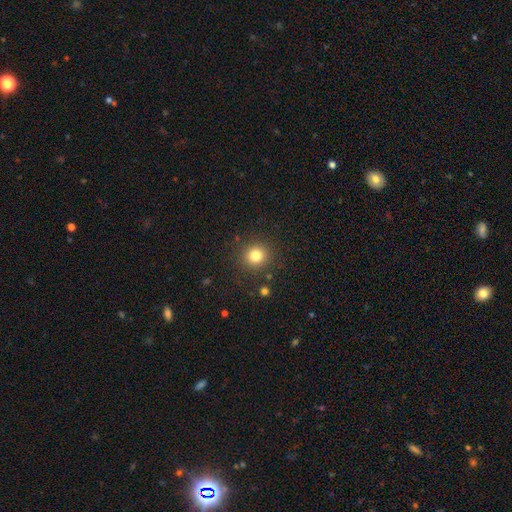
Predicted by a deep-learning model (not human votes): The model was most divided on "smooth or featured": smooth: 80%, star or artifact: 13%, featured or disk: 6%. More confident: how rounded — round (91%); merging — none (88%).